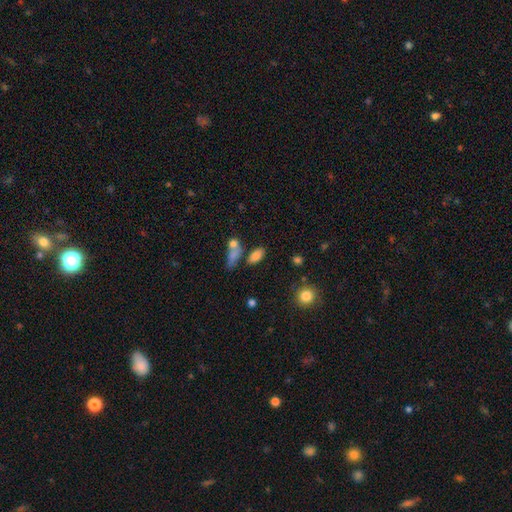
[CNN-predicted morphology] Smooth or featured: smooth — 79% (star or artifact — 11%)
How rounded: in between — 84% (cigar-shaped — 11%)
Merging: none — 61% (merger — 20%)